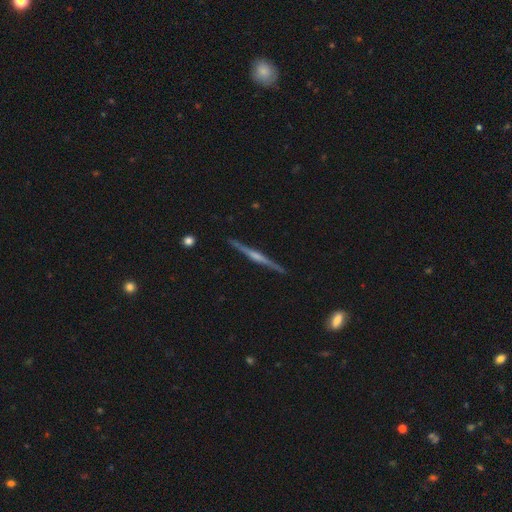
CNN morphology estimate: Smooth or featured: featured or disk — 80% (smooth — 14%)
Edge-on disk: yes — 98% (no — 2%)
Edge-on bulge: rounded — 60% (boxy — 20%)
Merging: none — 91% (minor disturbance — 7%)